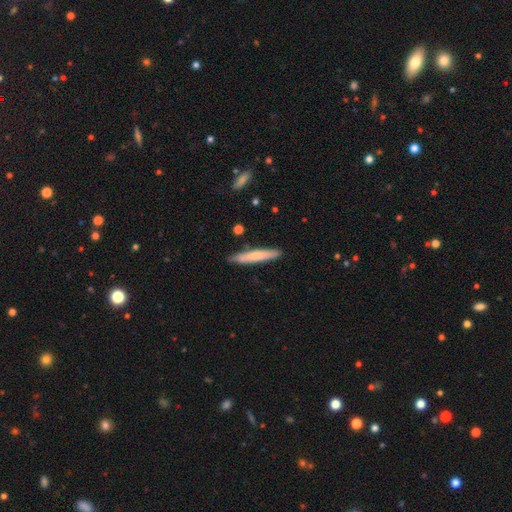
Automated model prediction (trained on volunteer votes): smooth 67%, featured or disk 28%, star or artifact 5%. Down the decision tree: how rounded — cigar-shaped (93%); merging — none (82%).